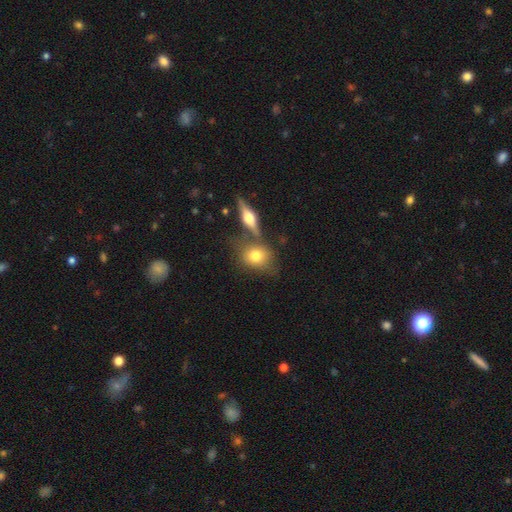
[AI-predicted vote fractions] This appears to be a smooth galaxy with no disk features (70%) that is round (49%). Merging: none (57%).